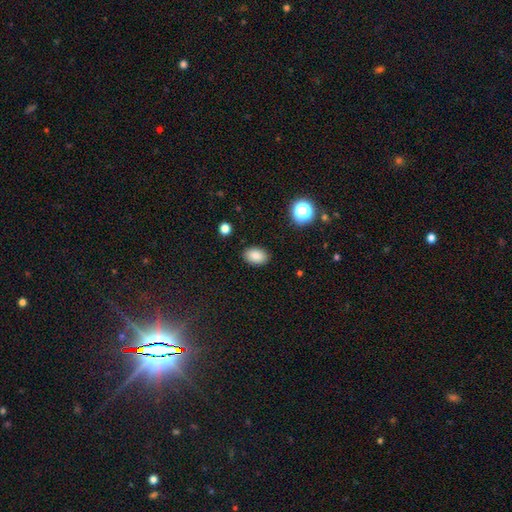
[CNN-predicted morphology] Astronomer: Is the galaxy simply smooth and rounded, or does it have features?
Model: smooth — 85%.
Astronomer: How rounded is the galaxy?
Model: in between — 87%.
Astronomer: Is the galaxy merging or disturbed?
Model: none — 88%.